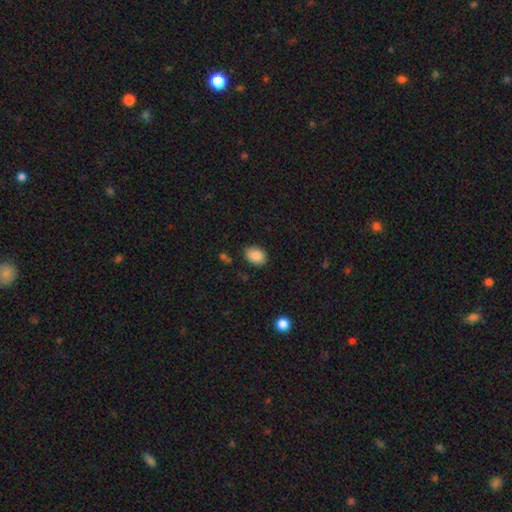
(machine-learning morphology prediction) The model was most divided on "how rounded": in between: 74%, round: 25%, cigar-shaped: 1%. More confident: smooth or featured — smooth (89%); merging — none (83%).